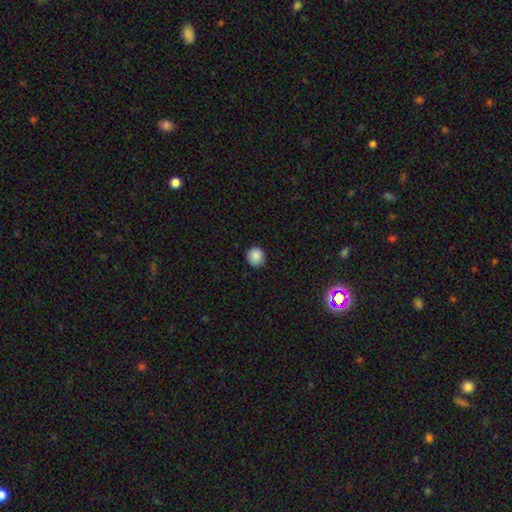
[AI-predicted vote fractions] This appears to be a smooth galaxy with no disk features (87%) that is round (94%). Merging: none (90%).